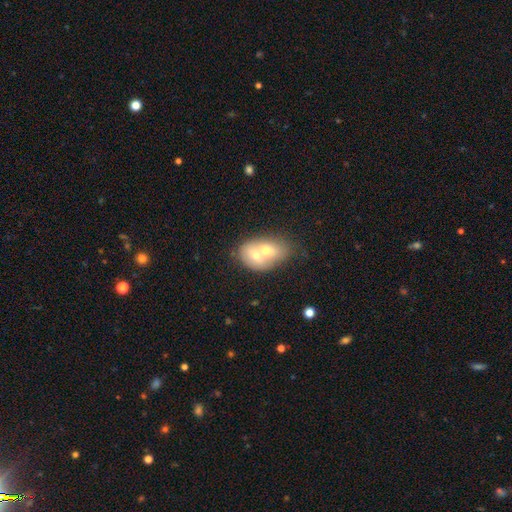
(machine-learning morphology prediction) A smooth galaxy with no disk features (61%) that is in between round and cigar-shaped (72%).

Vote fractions:
- Smooth or featured? smooth: 61% / featured or disk: 32% / star or artifact: 7%
- How rounded? in between: 72% / round: 26% / cigar-shaped: 2%
- Merging? merger: 73% / none: 17% / minor disturbance: 7% / major disturbance: 3%